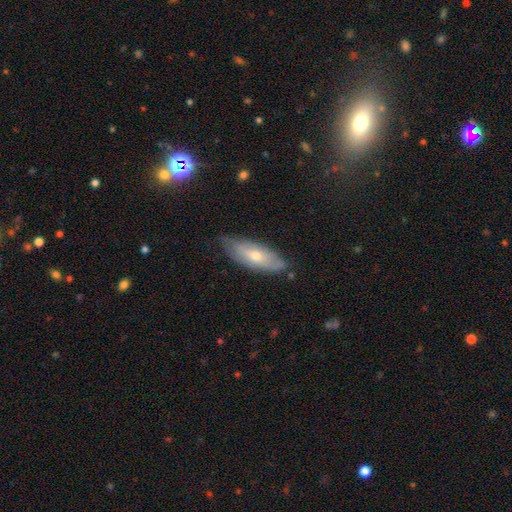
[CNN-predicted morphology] Smooth or featured? smooth (53%)
How rounded? in between (68%)
Merging? none (71%)